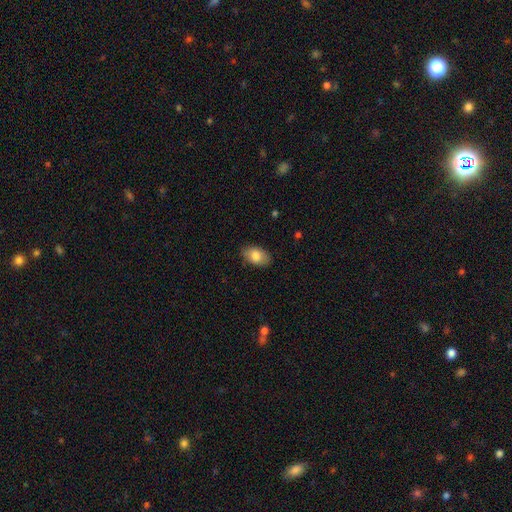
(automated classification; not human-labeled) Smooth or featured? Predicted: smooth (p=0.82). How rounded? Predicted: in between (p=0.90). Merging? Predicted: none (p=0.85).